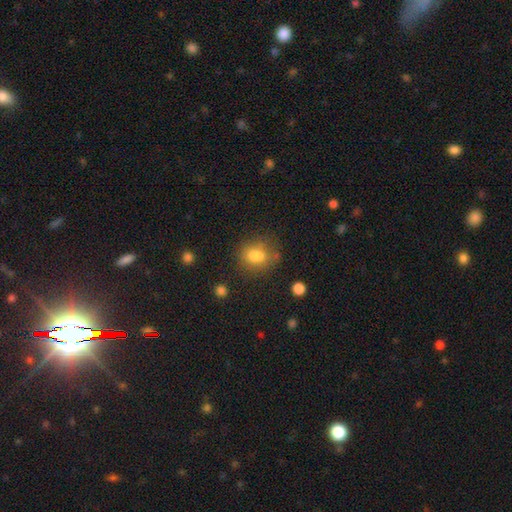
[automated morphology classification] smooth-or-featured: smooth: 77% | featured or disk: 12% | star or artifact: 11%
  how-rounded: in between: 57% | round: 41% | cigar-shaped: 2%
  merging: none: 56% | minor disturbance: 21% | merger: 13% | major disturbance: 10%